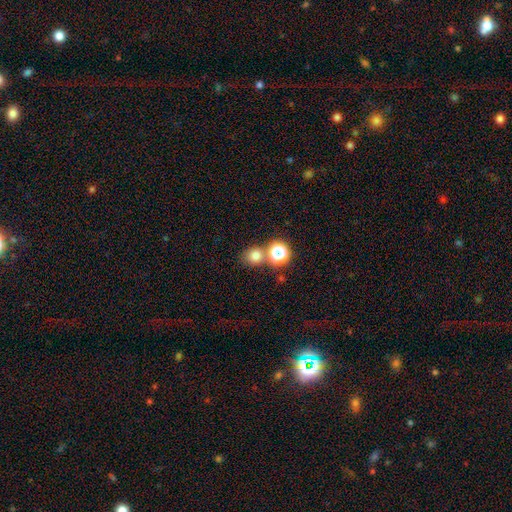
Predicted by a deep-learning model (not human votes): Morphology: type=smooth (73%); roundness=round (81%); merging=none (65%).